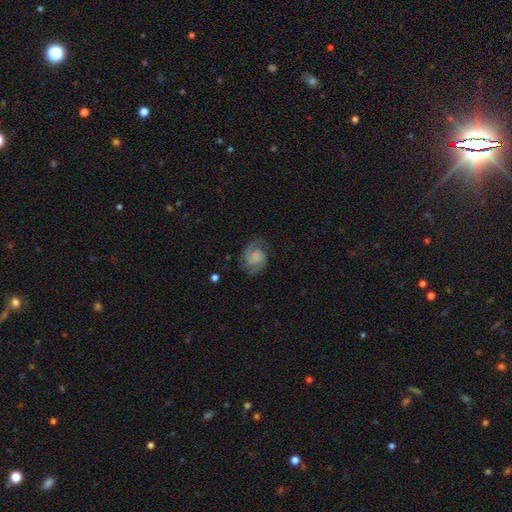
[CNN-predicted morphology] Overall: featured or disk (75%). Edge-on disk: no (98%). Bar: no (61%; weak 33%). Spiral arms: yes (95%). Spiral arm count: 2 (84%). Spiral winding: medium (46%; tight 39%). Bulge size: small (40%; none 38%). Merging: none (75%).